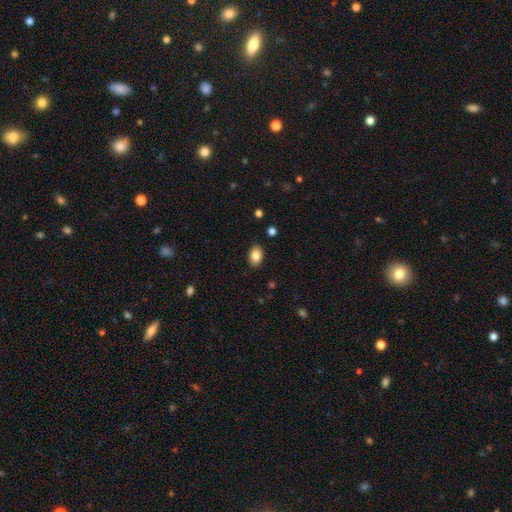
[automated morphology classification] Smooth or featured? Predicted: smooth (p=0.84). How rounded? Predicted: in between (p=0.83). Merging? Predicted: none (p=0.87).